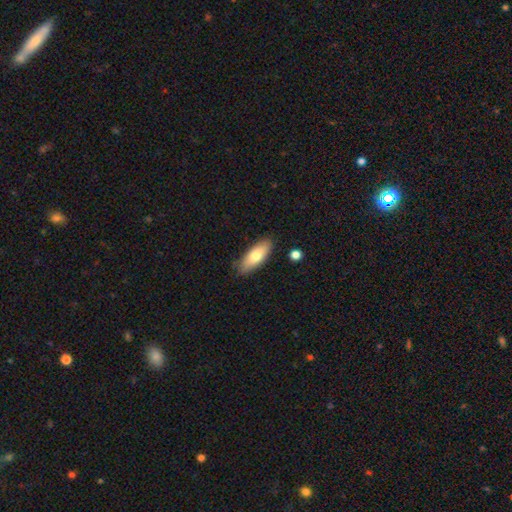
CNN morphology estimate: Smooth or featured? smooth (74%)
How rounded? in between (69%)
Merging? none (84%)